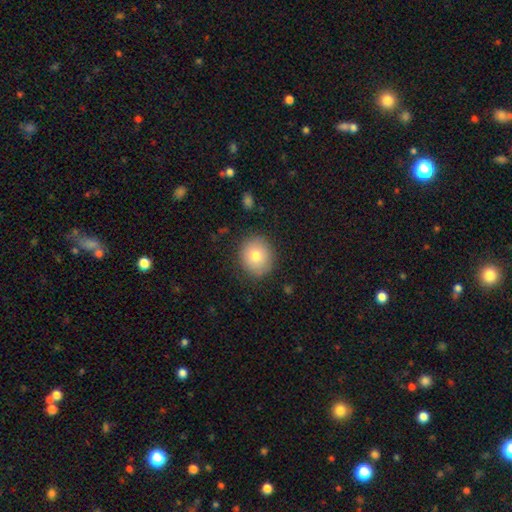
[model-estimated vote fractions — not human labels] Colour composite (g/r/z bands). It shows a smooth galaxy with no disk features (77%) that is round (75%). Merging: none (85%).